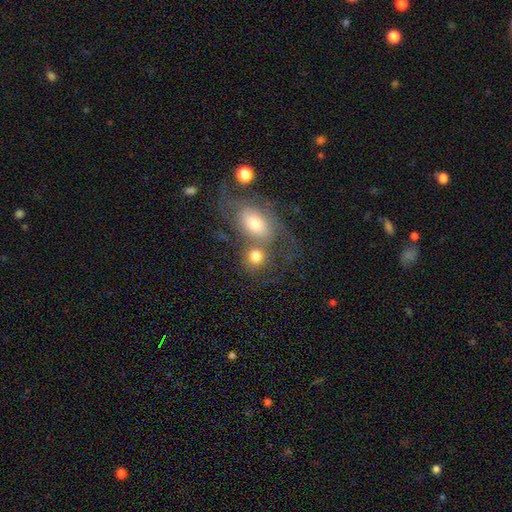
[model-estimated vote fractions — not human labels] Smooth or featured: smooth — 62% (featured or disk — 28%)
How rounded: round — 58% (in between — 40%)
Merging: merger — 52% (none — 29%)